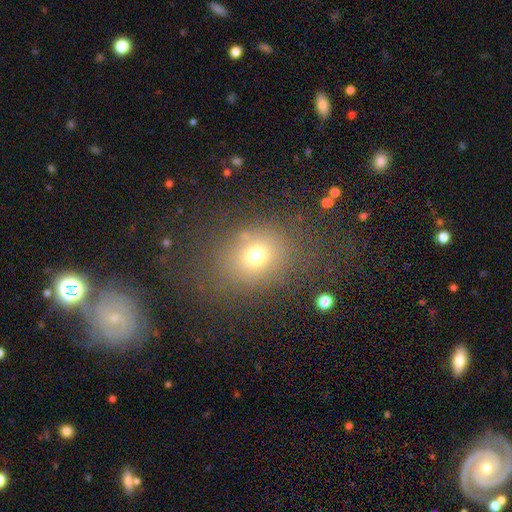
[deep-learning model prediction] A smooth galaxy with no disk features (70%) that is round (59%).

Vote fractions:
- Smooth or featured? smooth: 70% / star or artifact: 18% / featured or disk: 12%
- How rounded? round: 59% / in between: 40% / cigar-shaped: 1%
- Merging? none: 75% / minor disturbance: 13% / major disturbance: 9% / merger: 3%